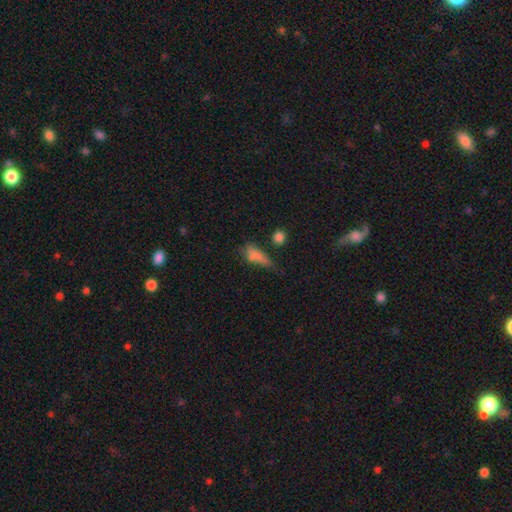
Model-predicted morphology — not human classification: Smooth or featured?
  - smooth: 70% *
  - featured or disk: 16%
  - star or artifact: 14%
How rounded?
  - in between: 57% *
  - cigar-shaped: 36%
  - round: 7%
Merging?
  - none: 36% *
  - minor disturbance: 29%
  - major disturbance: 23%
  - merger: 12%